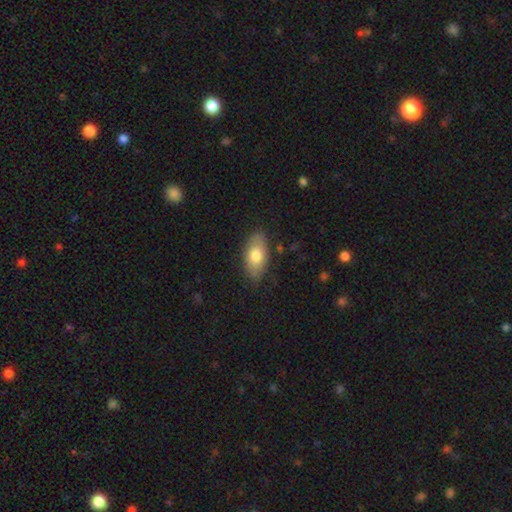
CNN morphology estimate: The model was most divided on "smooth or featured": smooth: 74%, featured or disk: 20%, star or artifact: 6%. More confident: how rounded — in between (91%); merging — none (80%).